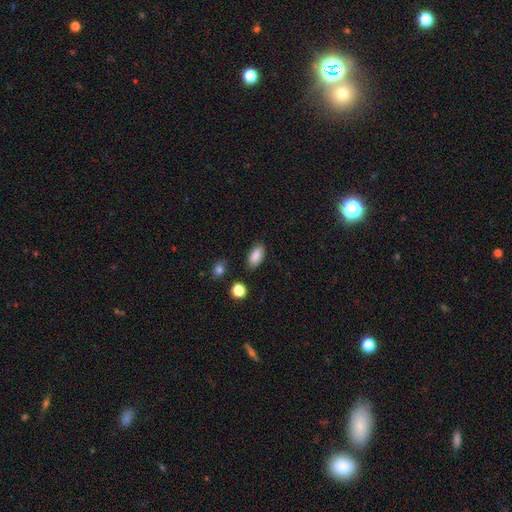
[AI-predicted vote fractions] A smooth galaxy with no disk features (85%) that is in between round and cigar-shaped (91%). Merging: none (83%).